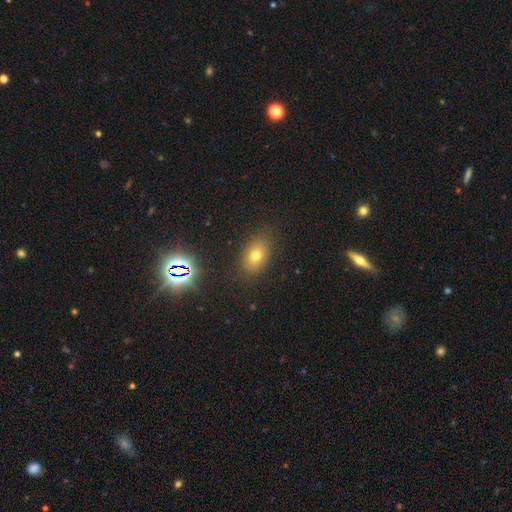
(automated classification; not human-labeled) Smooth or featured?
  - smooth: 65% *
  - star or artifact: 21%
  - featured or disk: 14%
How rounded?
  - in between: 80% *
  - round: 18%
  - cigar-shaped: 2%
Merging?
  - none: 85% *
  - minor disturbance: 10%
  - major disturbance: 3%
  - merger: 2%